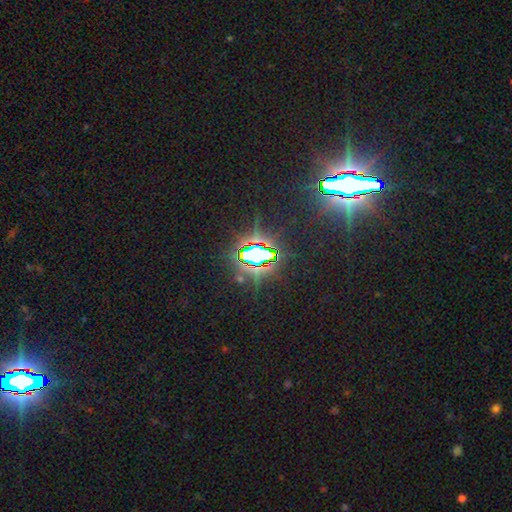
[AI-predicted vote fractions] Smooth or featured? Predicted: star or artifact (p=0.81).